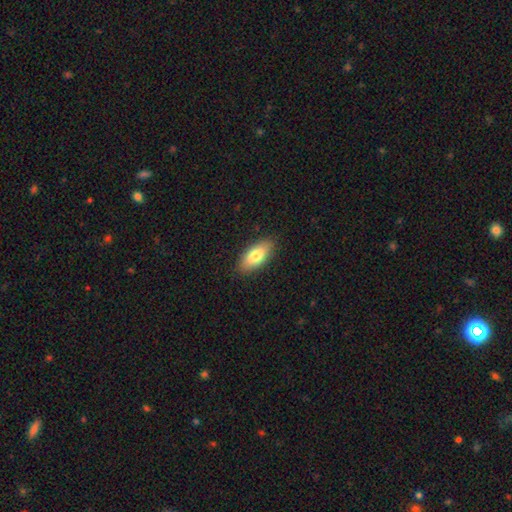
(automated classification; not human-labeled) smooth 79%, featured or disk 14%, star or artifact 6%. Down the decision tree: how rounded — in between (85%); merging — none (88%).